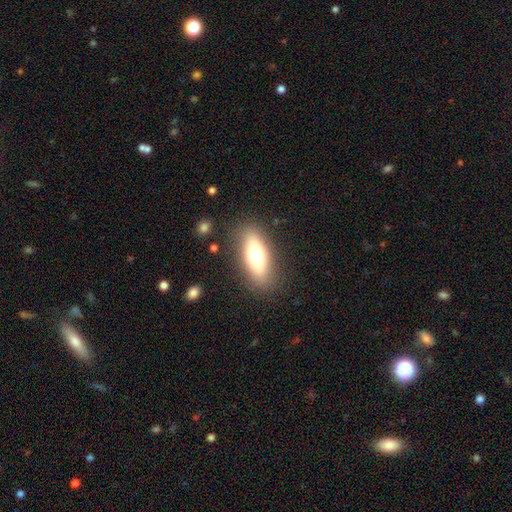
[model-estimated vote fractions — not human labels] This is likely a smooth galaxy (65%). How rounded: likely in between (67%). Merging: clearly none (85%).